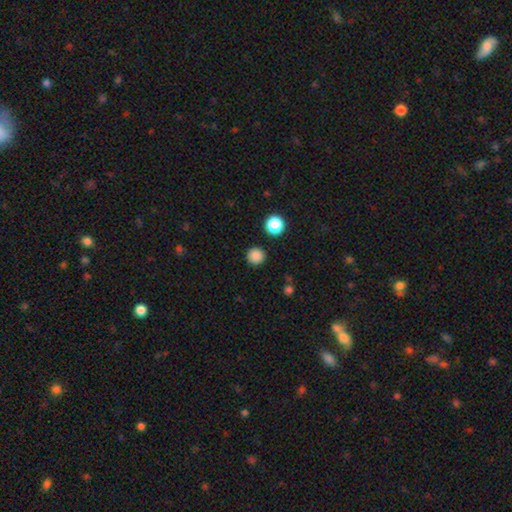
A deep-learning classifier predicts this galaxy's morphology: smooth-or-featured: smooth: 85% | star or artifact: 12% | featured or disk: 3%
  how-rounded: round: 95% | in between: 4% | cigar-shaped: 1%
  merging: none: 90% | minor disturbance: 6% | major disturbance: 2% | merger: 2%